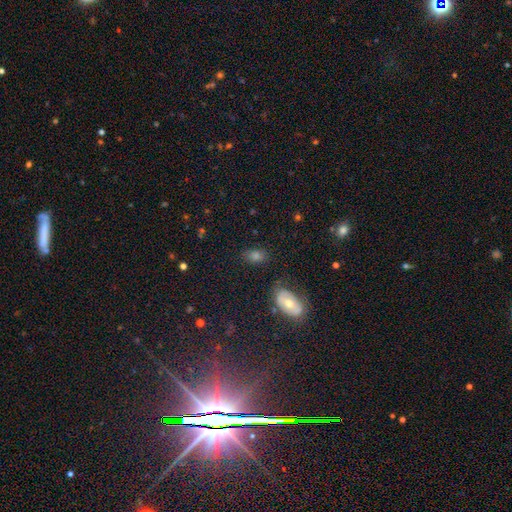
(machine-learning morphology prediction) Overall: smooth (66%). How rounded: in between (87%). Merging: none (74%).